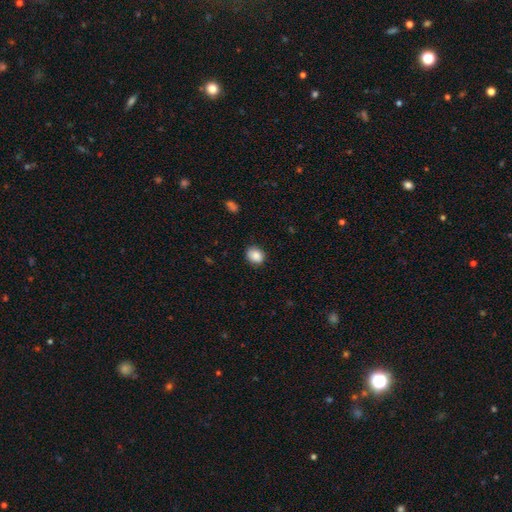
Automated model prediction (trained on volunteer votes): This is clearly a smooth galaxy (87%). How rounded: possibly round (55%). Merging: clearly none (82%).